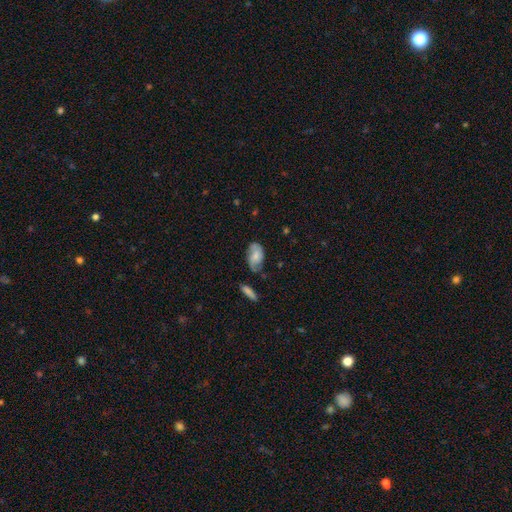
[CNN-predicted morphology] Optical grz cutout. It shows a smooth galaxy with no disk features (54%) that is in between round and cigar-shaped (91%). Merging: none (59%).